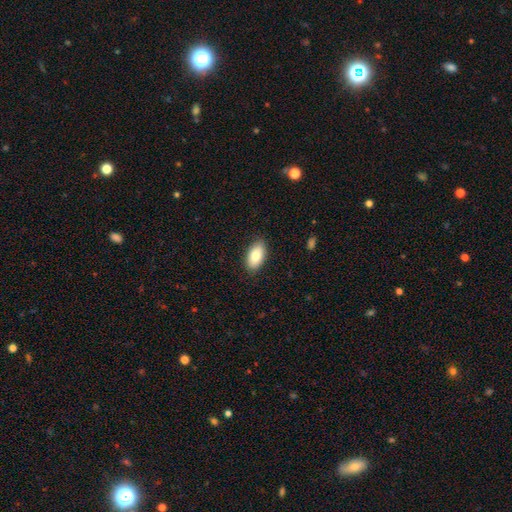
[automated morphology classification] type=smooth (80%); roundness=in between (93%); merging=none (87%).